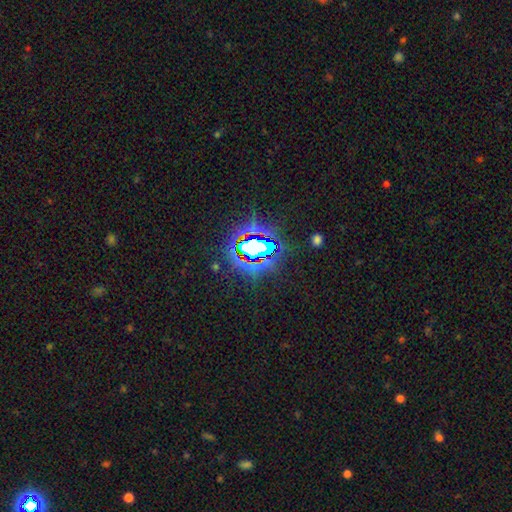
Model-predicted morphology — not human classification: smooth-or-featured: star or artifact: 75% | smooth: 14% | featured or disk: 11%